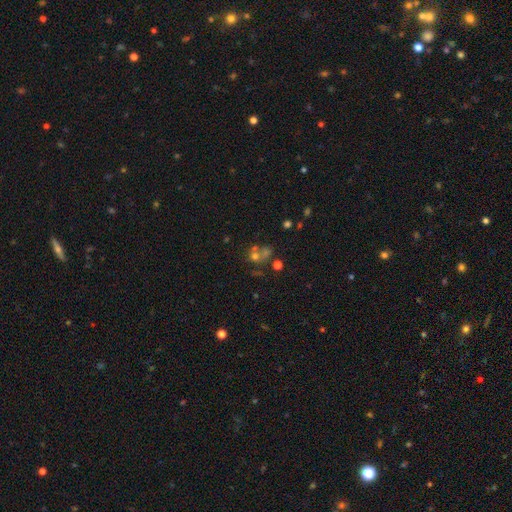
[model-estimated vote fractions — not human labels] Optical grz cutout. It shows a smooth galaxy with no disk features (46%). Merging: merger (41%).